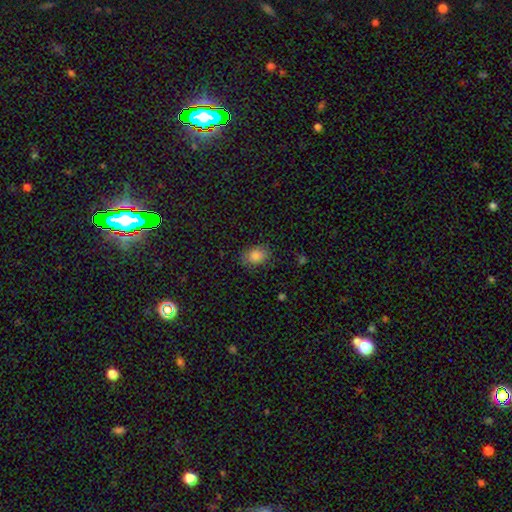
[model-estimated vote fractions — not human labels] Smooth or featured? Predicted: smooth (p=0.84). How rounded? Predicted: in between (p=0.70). Merging? Predicted: none (p=0.81).